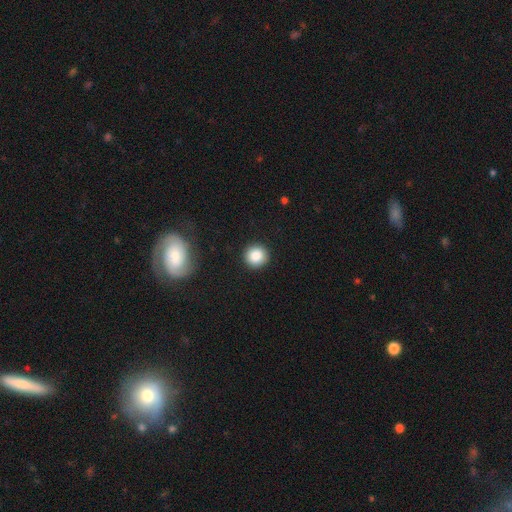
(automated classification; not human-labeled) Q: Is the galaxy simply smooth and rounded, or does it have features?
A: smooth — 86%.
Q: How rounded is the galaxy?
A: round — 94%.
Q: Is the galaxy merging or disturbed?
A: none — 92%.